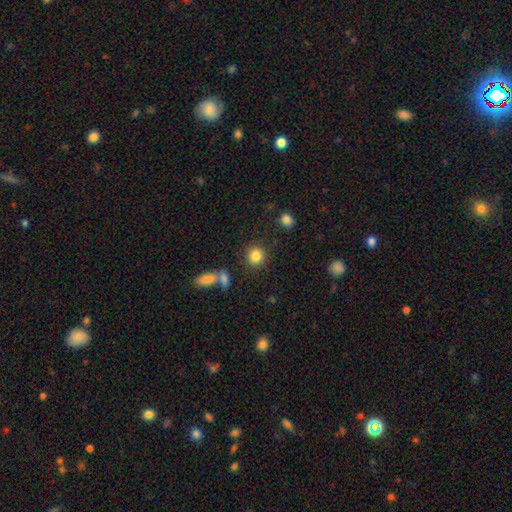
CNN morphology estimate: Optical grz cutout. It shows a smooth galaxy with no disk features (84%) that is round (87%). Merging: none (83%).